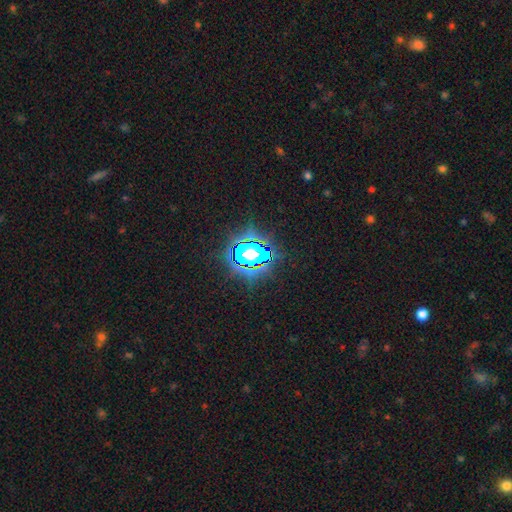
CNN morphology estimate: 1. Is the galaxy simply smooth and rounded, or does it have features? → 78% star or artifact, 13% smooth, 9% featured or disk.